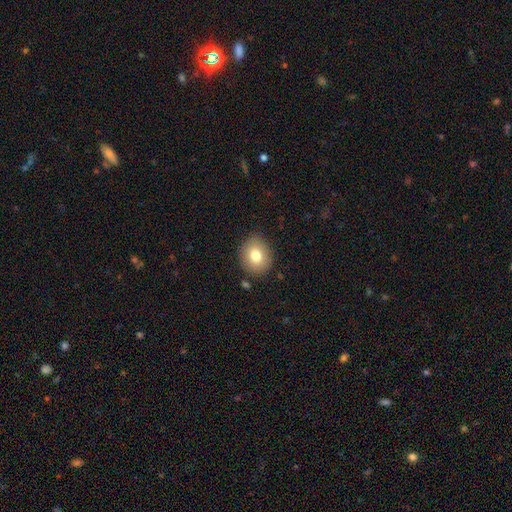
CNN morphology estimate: Q: Smooth or featured?
A: smooth (77%); runner-up: featured or disk (13%)
Q: How rounded?
A: round (68%); runner-up: in between (32%)
Q: Merging?
A: none (85%); runner-up: minor disturbance (11%)